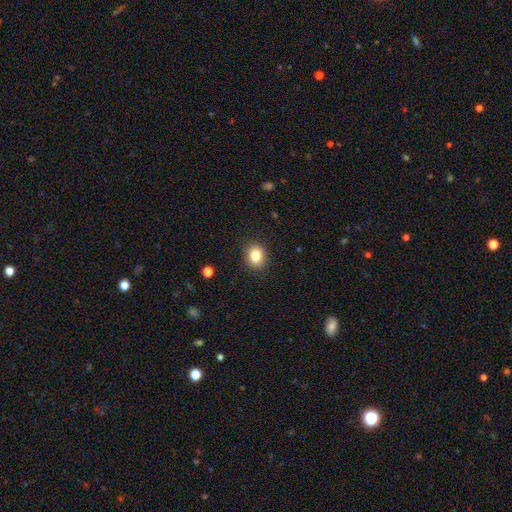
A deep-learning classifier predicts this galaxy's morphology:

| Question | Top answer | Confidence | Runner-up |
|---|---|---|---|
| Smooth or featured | smooth | 83% | star or artifact (10%) |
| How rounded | round | 61% | in between (38%) |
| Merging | none | 89% | minor disturbance (7%) |